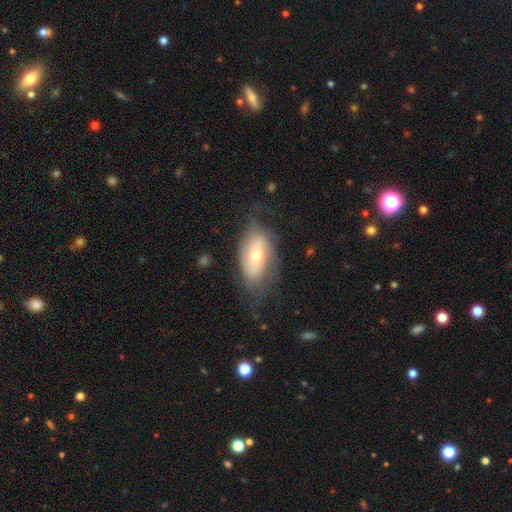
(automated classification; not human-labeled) Q: Smooth or featured?
A: featured or disk (53%); runner-up: smooth (40%)
Q: Edge-on disk?
A: no (89%); runner-up: yes (11%)
Q: Merging?
A: none (56%); runner-up: minor disturbance (27%)